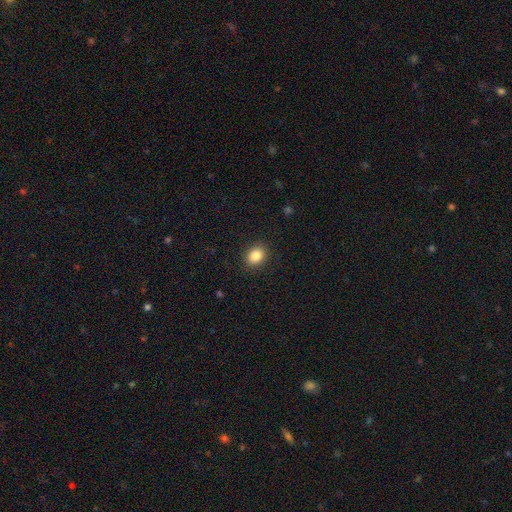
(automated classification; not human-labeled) The model was most divided on "how rounded": in between: 55%, round: 44%, cigar-shaped: 1%. More confident: merging — none (89%); smooth or featured — smooth (86%).